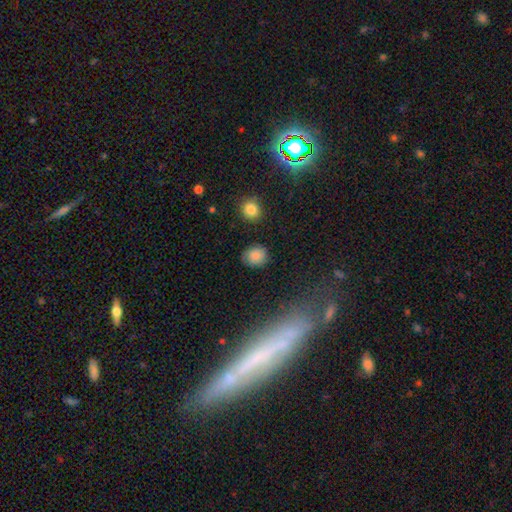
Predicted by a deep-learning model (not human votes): smooth-or-featured: smooth: 79% | featured or disk: 11% | star or artifact: 11%
  how-rounded: round: 70% | in between: 29% | cigar-shaped: 1%
  merging: none: 81% | minor disturbance: 14% | major disturbance: 4% | merger: 2%